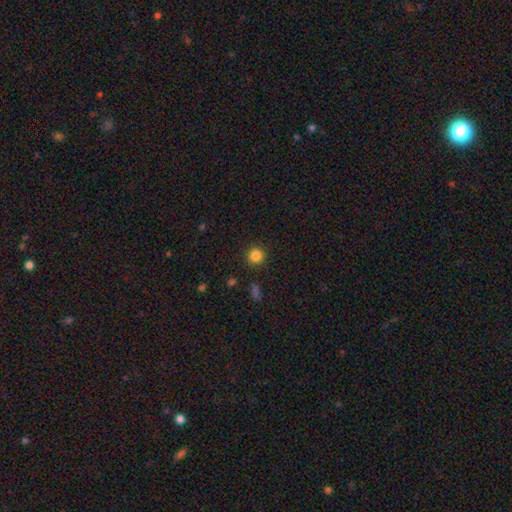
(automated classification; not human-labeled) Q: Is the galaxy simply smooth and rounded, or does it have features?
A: smooth — 85%.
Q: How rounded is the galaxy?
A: round — 94%.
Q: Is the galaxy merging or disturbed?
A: none — 91%.